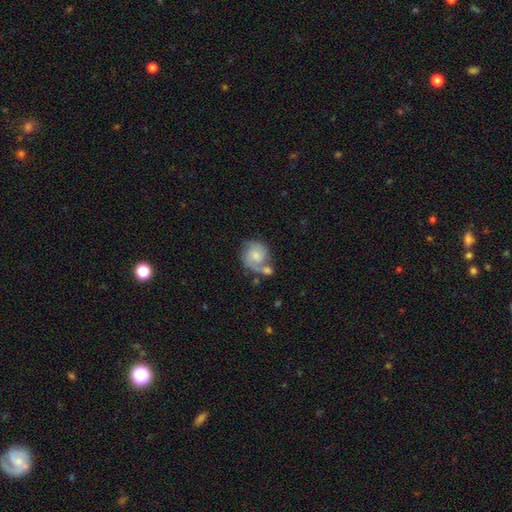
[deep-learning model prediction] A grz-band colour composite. It shows a featured or disk galaxy (54%) with no bar (68%), spiral arms (85%) and a moderate central bulge (39%). Merging: none (39%).